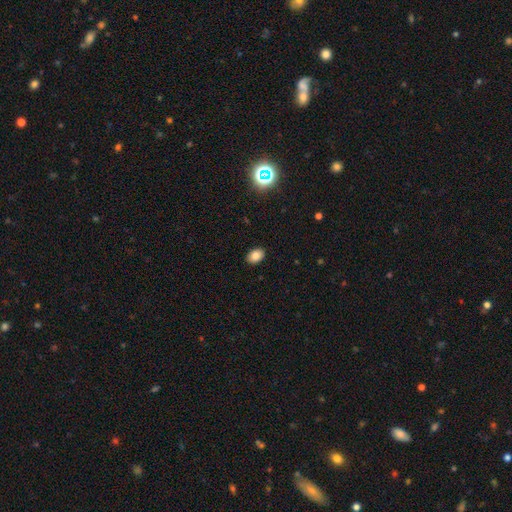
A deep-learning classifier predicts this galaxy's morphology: The model was most divided on "how rounded": in between: 78%, round: 21%, cigar-shaped: 1%. More confident: merging — none (90%); smooth or featured — smooth (83%).